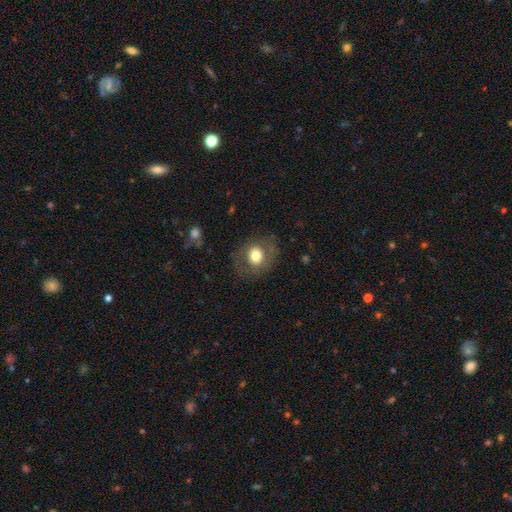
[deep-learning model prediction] A smooth galaxy with no disk features (70%) that is round (63%).

Vote fractions:
- Smooth or featured? smooth: 70% / featured or disk: 21% / star or artifact: 9%
- How rounded? round: 63% / in between: 36% / cigar-shaped: 1%
- Merging? none: 76% / minor disturbance: 14% / major disturbance: 9% / merger: 1%